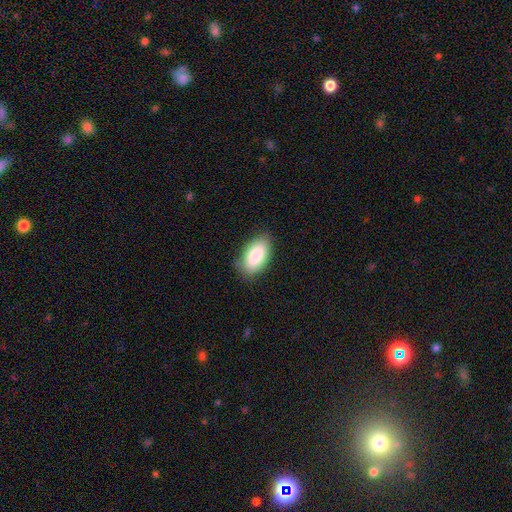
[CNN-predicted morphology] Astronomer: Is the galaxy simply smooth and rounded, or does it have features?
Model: smooth — 87%.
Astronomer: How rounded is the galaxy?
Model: in between — 95%.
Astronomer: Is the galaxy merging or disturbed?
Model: none — 82%.